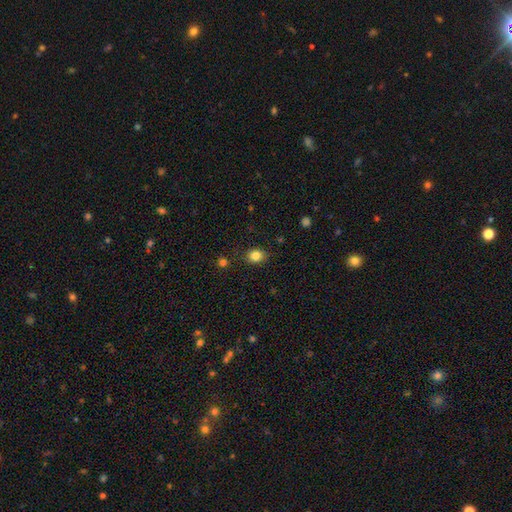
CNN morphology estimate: Smooth or featured? Predicted: smooth (p=0.84). How rounded? Predicted: round (p=0.58). Merging? Predicted: none (p=0.84).